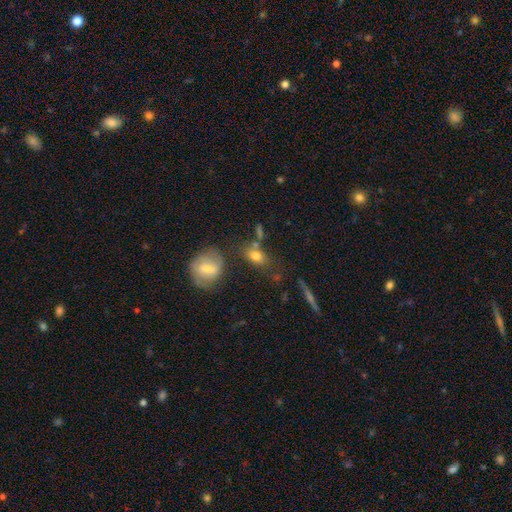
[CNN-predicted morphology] A smooth galaxy with no disk features (76%) that is in between round and cigar-shaped (77%).

Vote fractions:
- Smooth or featured? smooth: 76% / featured or disk: 14% / star or artifact: 10%
- How rounded? in between: 77% / round: 19% / cigar-shaped: 4%
- Merging? none: 62% / minor disturbance: 17% / merger: 15% / major disturbance: 6%